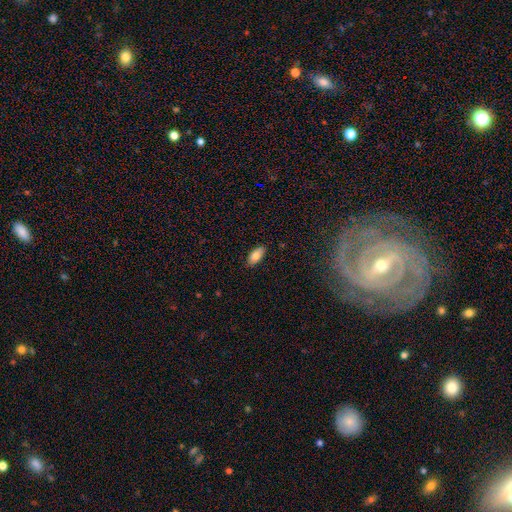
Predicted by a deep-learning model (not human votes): smooth 82%, featured or disk 11%, star or artifact 7%. Down the decision tree: how rounded — in between (91%); merging — none (87%).